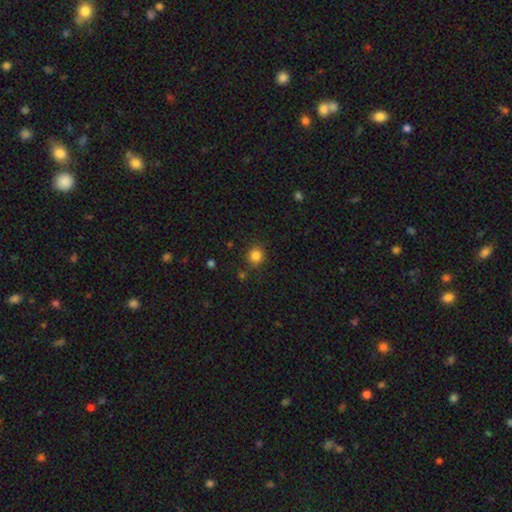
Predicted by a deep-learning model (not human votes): Smooth or featured? Predicted: smooth (p=0.84). How rounded? Predicted: round (p=0.85). Merging? Predicted: none (p=0.85).